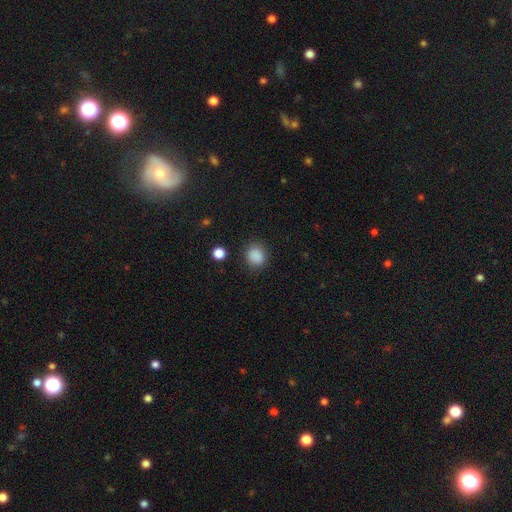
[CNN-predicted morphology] Q: Smooth or featured?
A: smooth (86%); runner-up: star or artifact (10%)
Q: How rounded?
A: round (77%); runner-up: in between (22%)
Q: Merging?
A: none (84%); runner-up: minor disturbance (10%)